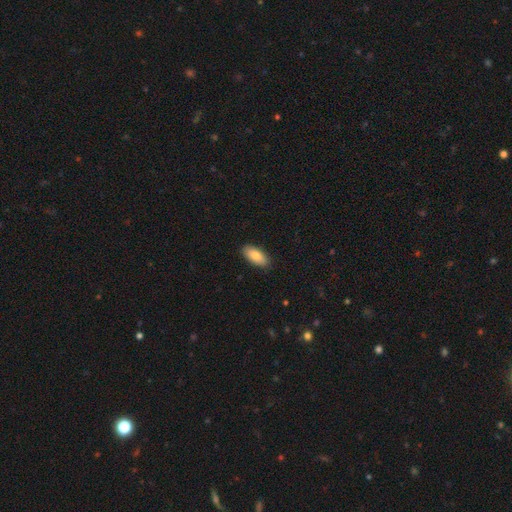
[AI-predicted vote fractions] smooth_or_featured: smooth (p=0.84) [alt: featured or disk p=0.10]
how_rounded: in between (p=0.90) [alt: cigar-shaped p=0.08]
merging: none (p=0.88) [alt: minor disturbance p=0.09]